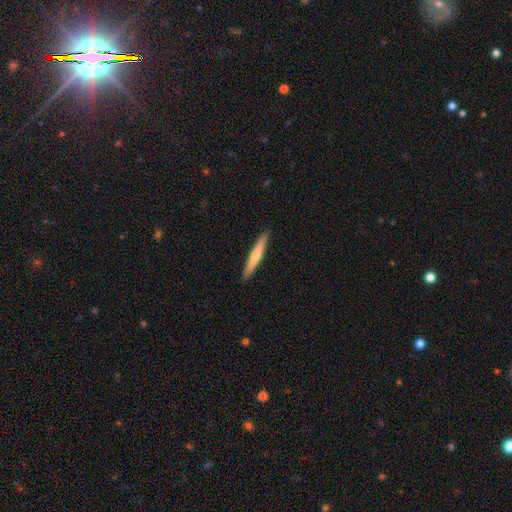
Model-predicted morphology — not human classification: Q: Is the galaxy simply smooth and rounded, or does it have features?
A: smooth — 61%.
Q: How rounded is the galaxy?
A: cigar-shaped — 96%.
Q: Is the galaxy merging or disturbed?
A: none — 91%.